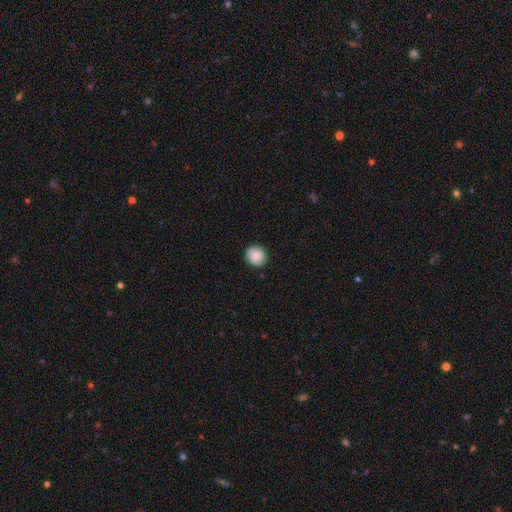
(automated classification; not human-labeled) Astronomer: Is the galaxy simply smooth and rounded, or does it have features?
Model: smooth — 83%.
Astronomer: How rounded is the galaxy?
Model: round — 89%.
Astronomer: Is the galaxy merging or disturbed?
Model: none — 87%.